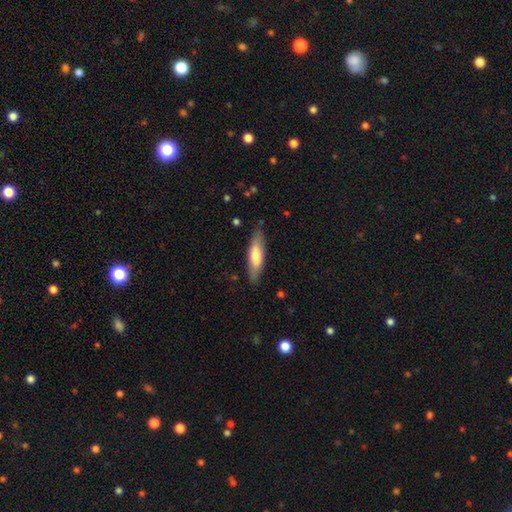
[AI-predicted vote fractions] Overall: smooth (65%; featured or disk 30%). How rounded: cigar-shaped (61%; in between 37%). Merging: none (84%).